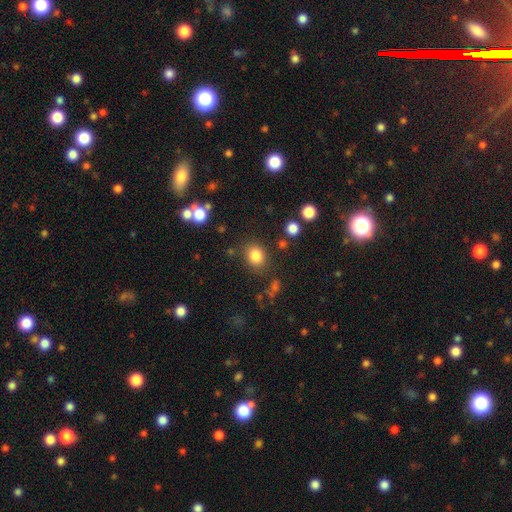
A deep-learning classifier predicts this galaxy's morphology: This is clearly a smooth galaxy (82%). How rounded: likely round (66%). Merging: clearly none (81%).